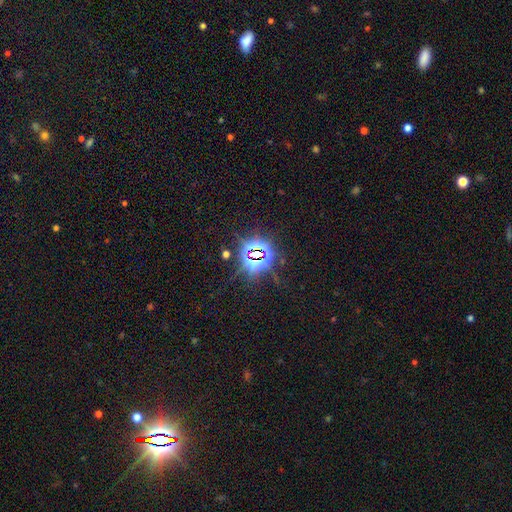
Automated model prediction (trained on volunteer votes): smooth_or_featured: star or artifact (p=0.82) [alt: smooth p=0.10]